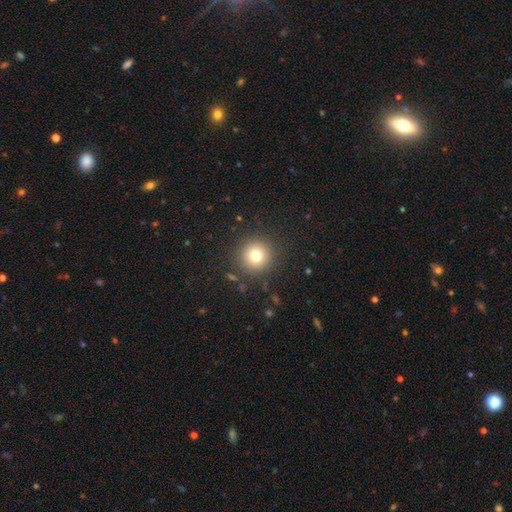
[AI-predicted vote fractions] Morphology: type=smooth (75%); roundness=round (95%); merging=none (89%).